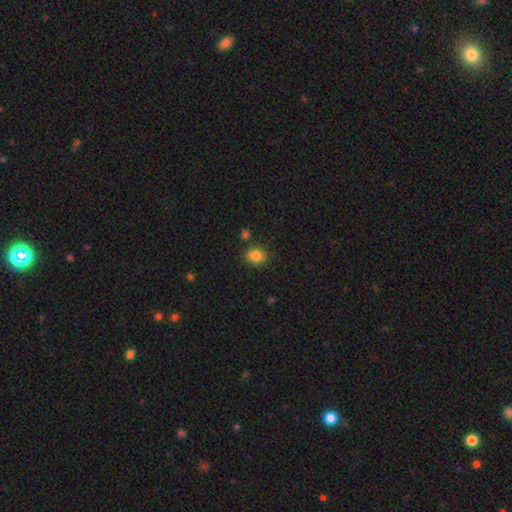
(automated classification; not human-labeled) This is clearly a smooth galaxy (84%). How rounded: likely round (65%). Merging: clearly none (83%).